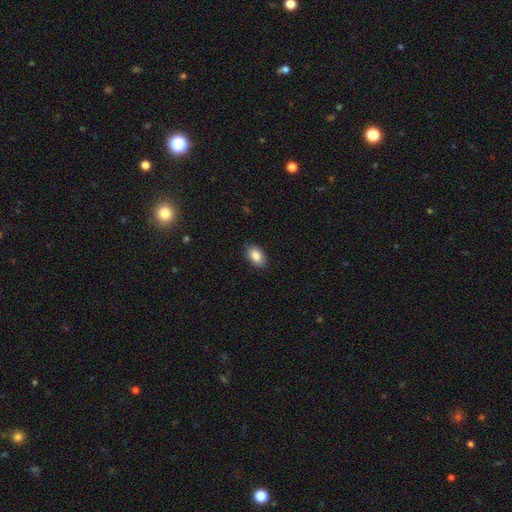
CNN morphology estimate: Q: Smooth or featured?
A: smooth (86%); runner-up: star or artifact (7%)
Q: How rounded?
A: in between (90%); runner-up: round (9%)
Q: Merging?
A: none (86%); runner-up: minor disturbance (11%)